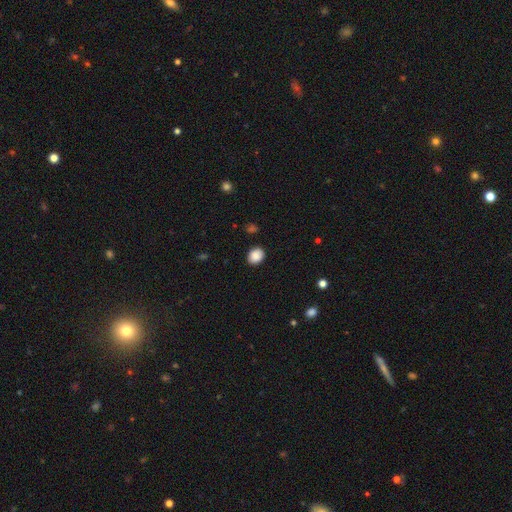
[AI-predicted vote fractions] Morphology: type=smooth (88%); roundness=round (50%); merging=none (87%).